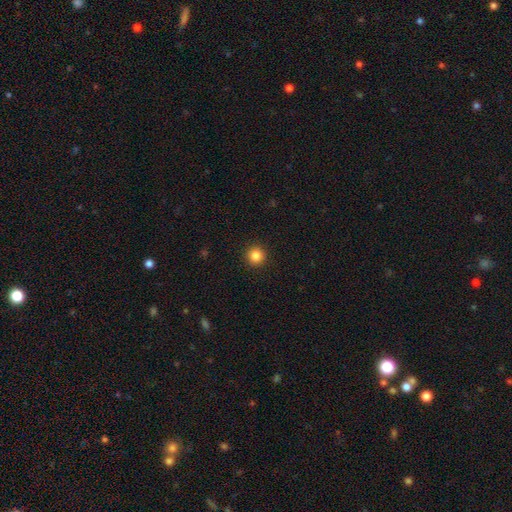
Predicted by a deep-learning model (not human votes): Morphology: type=smooth (84%); roundness=round (95%); merging=none (93%).